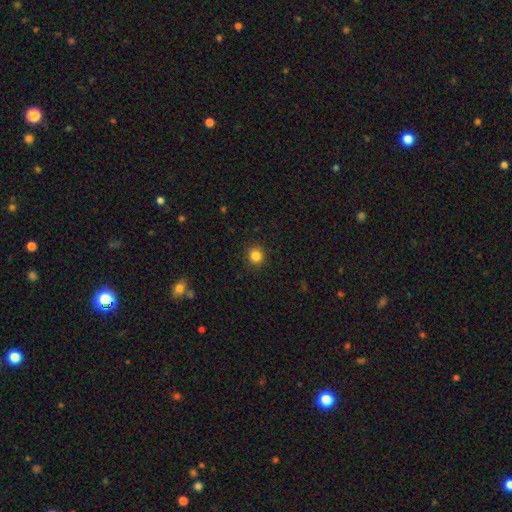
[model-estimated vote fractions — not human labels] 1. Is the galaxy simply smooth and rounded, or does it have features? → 84% smooth, 12% star or artifact, 4% featured or disk.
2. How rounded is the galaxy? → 91% round, 8% in between, 1% cigar-shaped.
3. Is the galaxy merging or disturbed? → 92% none, 6% minor disturbance, 2% major disturbance, 1% merger.